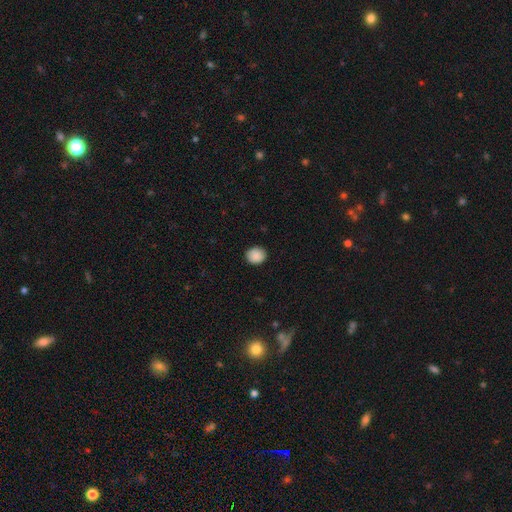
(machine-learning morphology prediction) This appears to be a smooth galaxy with no disk features (89%) that is round (78%). Merging: none (89%).